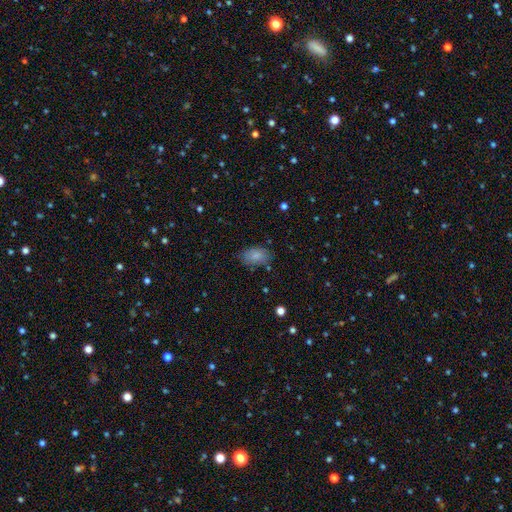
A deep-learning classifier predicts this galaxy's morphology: smooth-or-featured: smooth: 84% | featured or disk: 8% | star or artifact: 8%
  how-rounded: in between: 90% | round: 8% | cigar-shaped: 2%
  merging: none: 77% | minor disturbance: 17% | major disturbance: 4% | merger: 2%